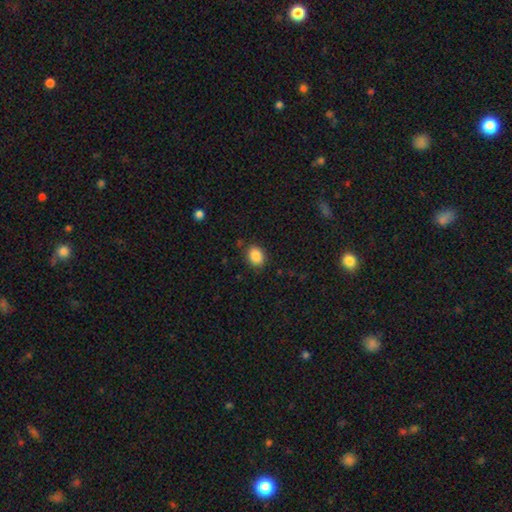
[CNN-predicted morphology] smooth_or_featured: smooth (p=0.87) [alt: star or artifact p=0.09]
how_rounded: in between (p=0.60) [alt: round p=0.39]
merging: none (p=0.85) [alt: minor disturbance p=0.11]